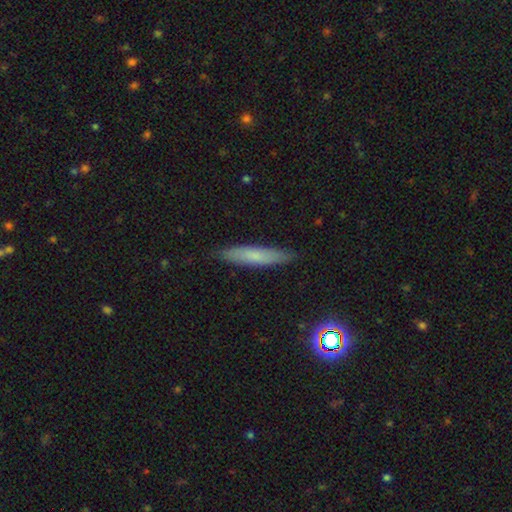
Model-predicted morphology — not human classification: This is likely a smooth galaxy (72%). How rounded: clearly cigar-shaped (85%). Merging: clearly none (86%).